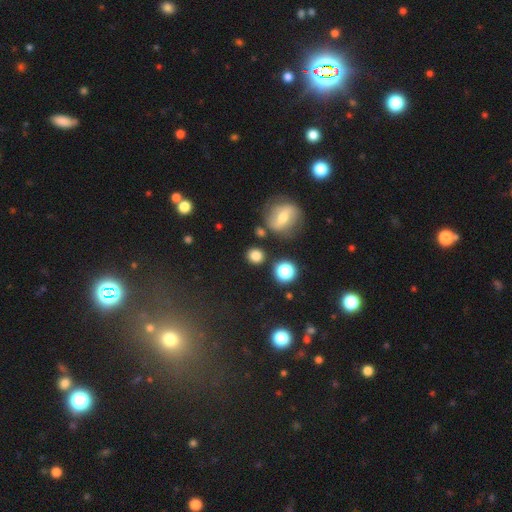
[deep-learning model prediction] Smooth or featured: smooth — 78% (star or artifact — 15%)
How rounded: round — 87% (in between — 12%)
Merging: none — 83% (minor disturbance — 9%)